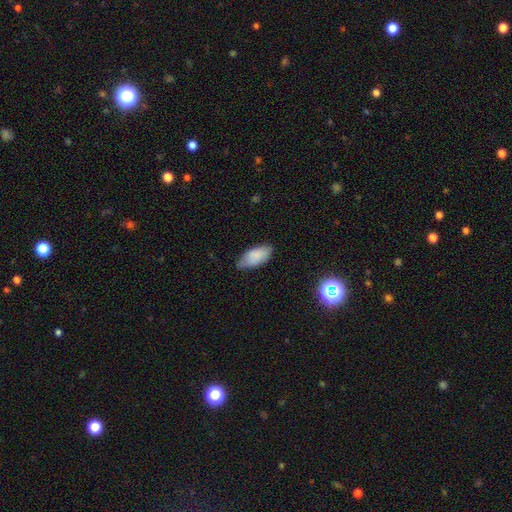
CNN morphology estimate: Smooth or featured: smooth — 83% (featured or disk — 10%)
How rounded: in between — 92% (cigar-shaped — 6%)
Merging: none — 69% (minor disturbance — 26%)